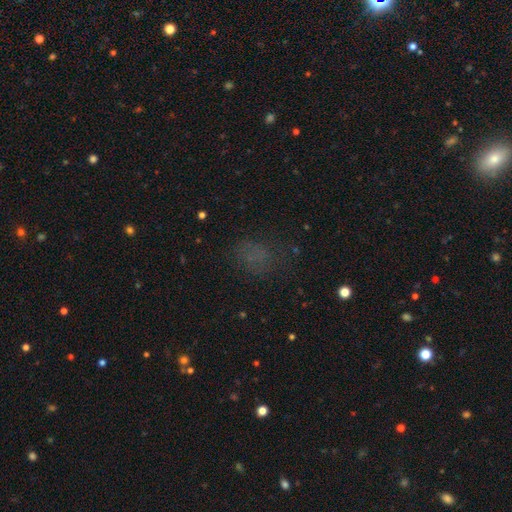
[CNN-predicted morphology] A smooth galaxy with no disk features (58%) that is in between round and cigar-shaped (57%).

Vote fractions:
- Smooth or featured? smooth: 58% / star or artifact: 28% / featured or disk: 13%
- How rounded? in between: 57% / round: 41% / cigar-shaped: 2%
- Merging? none: 64% / minor disturbance: 18% / major disturbance: 15% / merger: 2%